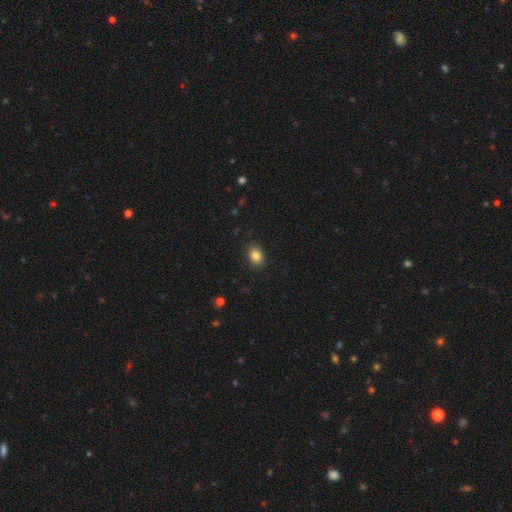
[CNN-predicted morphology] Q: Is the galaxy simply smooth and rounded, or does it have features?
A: smooth — 86%.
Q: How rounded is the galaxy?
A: in between — 69%.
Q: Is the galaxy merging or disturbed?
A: none — 88%.